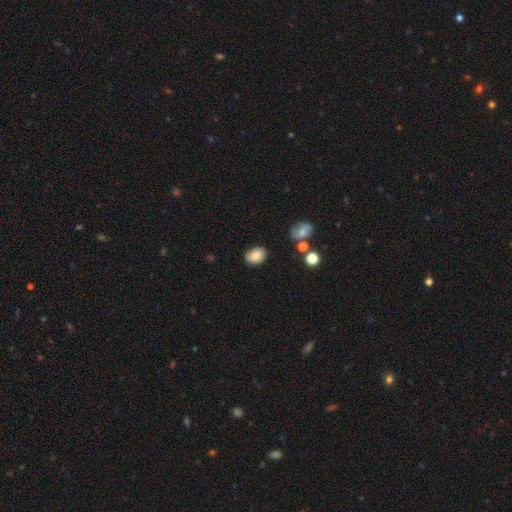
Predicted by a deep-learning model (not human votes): Q: Smooth or featured?
A: smooth (83%); runner-up: star or artifact (9%)
Q: How rounded?
A: in between (67%); runner-up: round (32%)
Q: Merging?
A: none (80%); runner-up: minor disturbance (14%)